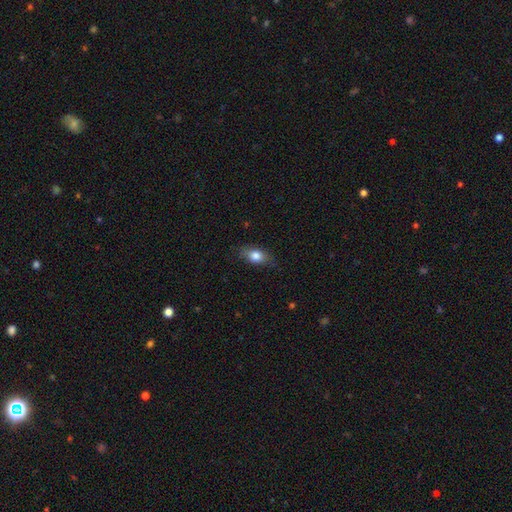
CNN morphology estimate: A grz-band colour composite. It shows a smooth galaxy with no disk features (80%) that is in between round and cigar-shaped (80%). Merging: none (78%).